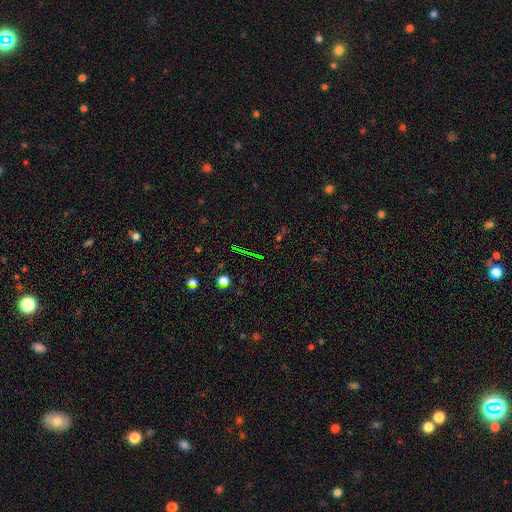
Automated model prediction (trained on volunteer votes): Smooth or featured? Predicted: star or artifact (p=0.70).